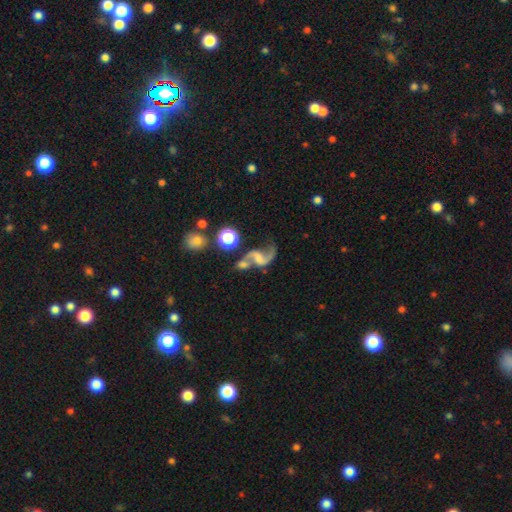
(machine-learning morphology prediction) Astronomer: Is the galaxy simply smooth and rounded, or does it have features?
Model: featured or disk — 80%.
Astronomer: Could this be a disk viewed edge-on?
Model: no — 97%.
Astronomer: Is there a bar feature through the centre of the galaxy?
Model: weak — 41%, tied with no at 41%.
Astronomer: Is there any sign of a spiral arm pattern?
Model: yes — 93%.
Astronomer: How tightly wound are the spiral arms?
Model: loose — 82%.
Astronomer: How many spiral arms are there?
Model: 2 — 85%.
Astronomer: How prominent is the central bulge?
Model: none — 47% (runner-up: small, 28%).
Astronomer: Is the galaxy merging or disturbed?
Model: none — 43% (runner-up: merger, 23%).